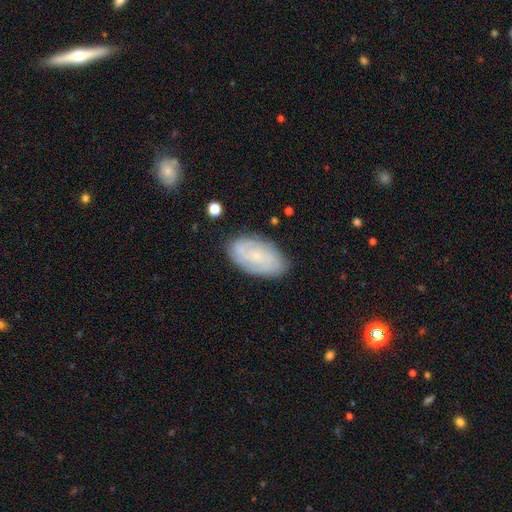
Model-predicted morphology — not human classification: A featured or disk galaxy (54%) with no bar (66%), spiral arms (84%) and a small central bulge (70%). Merging: none (81%).